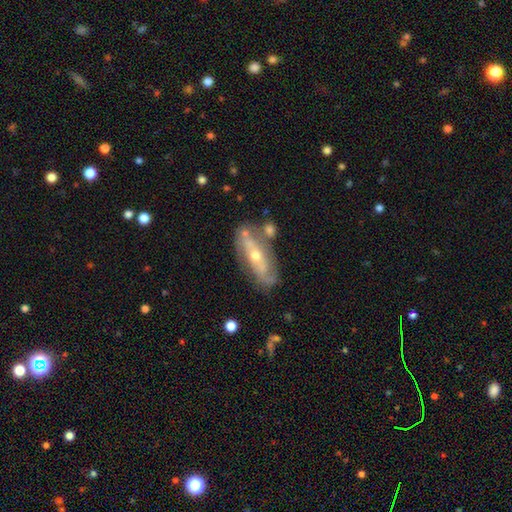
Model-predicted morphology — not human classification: Q: Smooth or featured?
A: featured or disk (73%); runner-up: smooth (20%)
Q: Edge-on disk?
A: no (78%); runner-up: yes (22%)
Q: Bar?
A: no (56%); runner-up: weak (25%)
Q: Spiral arms?
A: yes (68%); runner-up: no (32%)
Q: Bulge size?
A: moderate (51%); runner-up: small (45%)
Q: Merging?
A: none (63%); runner-up: minor disturbance (19%)